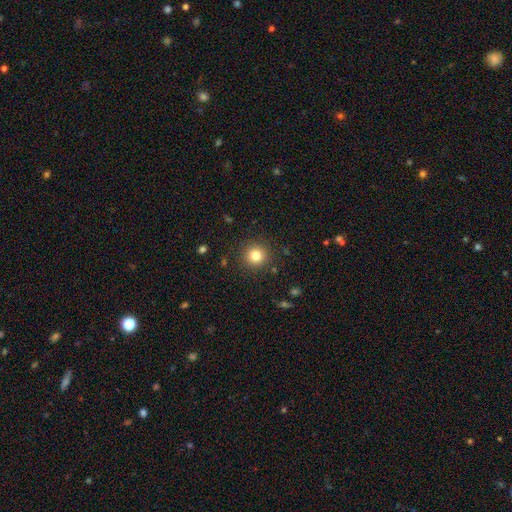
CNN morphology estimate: Smooth or featured? Predicted: smooth (p=0.81). How rounded? Predicted: round (p=0.94). Merging? Predicted: none (p=0.89).